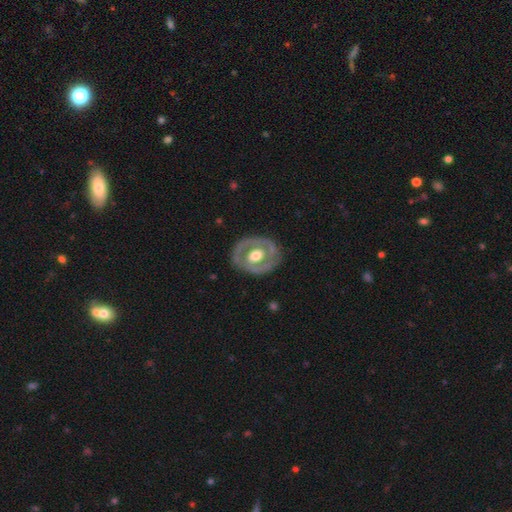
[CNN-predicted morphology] Smooth or featured? Predicted: featured or disk (p=0.66). Edge-on disk? Predicted: no (p=0.95). Bar? Predicted: no (p=0.70). Spiral arms? Predicted: no (p=0.73). Bulge size? Predicted: moderate (p=0.54). Merging? Predicted: none (p=0.76).